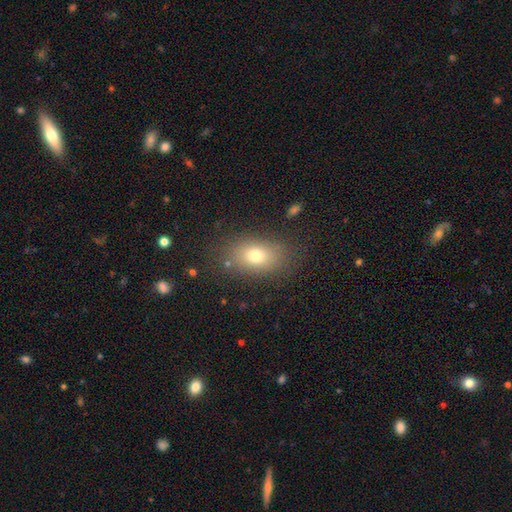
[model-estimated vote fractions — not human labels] Smooth or featured? smooth (75%)
How rounded? in between (81%)
Merging? none (81%)